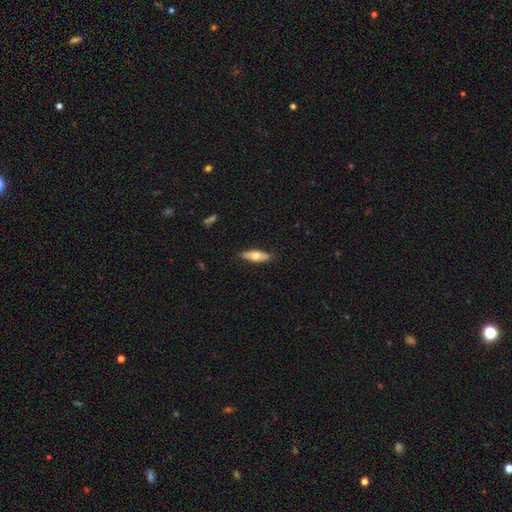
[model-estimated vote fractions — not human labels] Smooth or featured: smooth — 58% (featured or disk — 37%)
How rounded: in between — 57% (cigar-shaped — 40%)
Merging: none — 86% (minor disturbance — 11%)